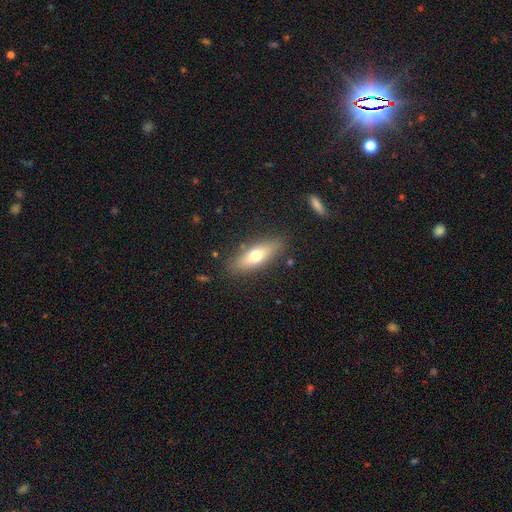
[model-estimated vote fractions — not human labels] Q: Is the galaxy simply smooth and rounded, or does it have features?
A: smooth — 63%.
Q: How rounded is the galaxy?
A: in between — 55%.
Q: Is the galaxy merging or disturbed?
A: none — 83%.